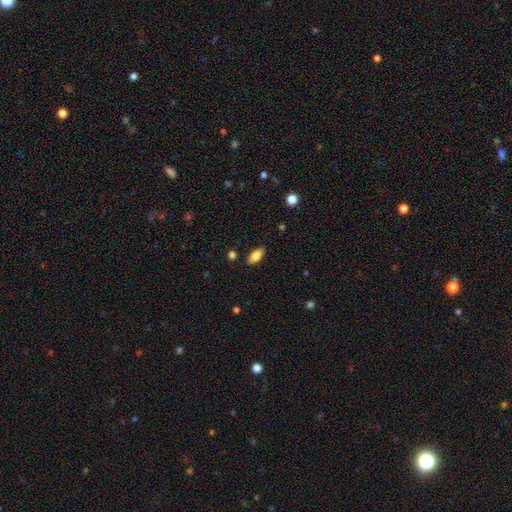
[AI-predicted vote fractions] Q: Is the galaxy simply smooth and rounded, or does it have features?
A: smooth — 82%.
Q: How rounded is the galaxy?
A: in between — 88%.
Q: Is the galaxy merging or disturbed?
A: none — 86%.